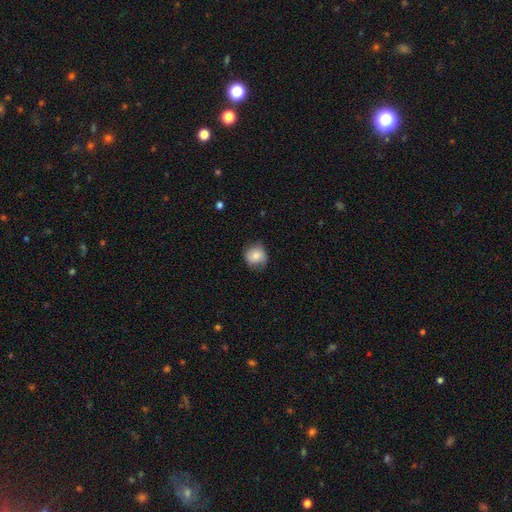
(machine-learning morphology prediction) A smooth galaxy with no disk features (79%) that is round (85%). Merging: none (74%).